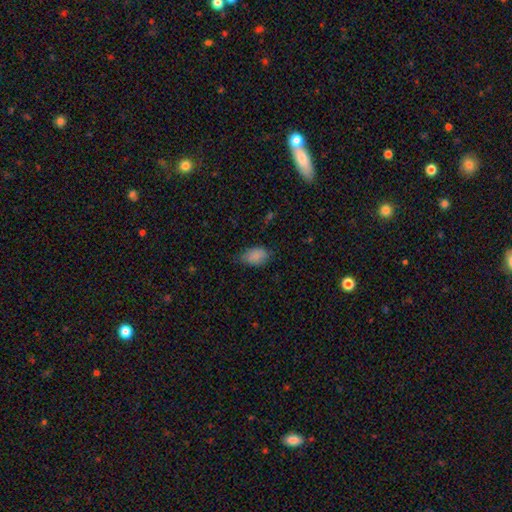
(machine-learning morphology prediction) This is clearly a smooth galaxy (87%). How rounded: clearly in between (89%). Merging: likely none (67%).